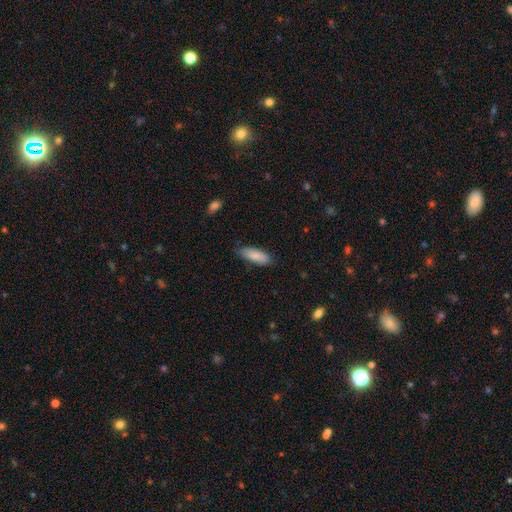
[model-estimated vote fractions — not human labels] smooth_or_featured: smooth (p=0.86) [alt: featured or disk p=0.08]
how_rounded: in between (p=0.67) [alt: cigar-shaped p=0.31]
merging: none (p=0.80) [alt: minor disturbance p=0.16]